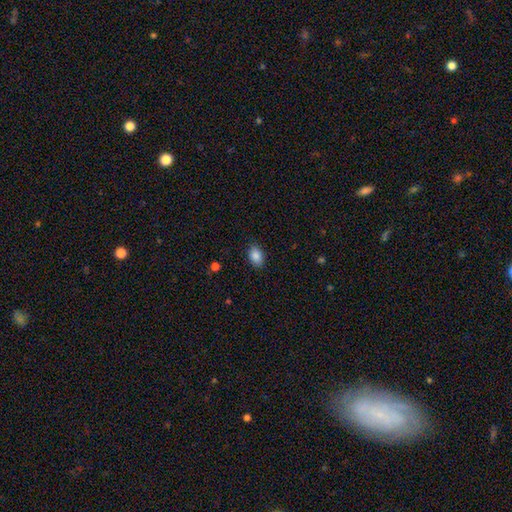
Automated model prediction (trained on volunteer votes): smooth 88%, star or artifact 8%, featured or disk 5%. Down the decision tree: how rounded — in between (85%); merging — none (86%).